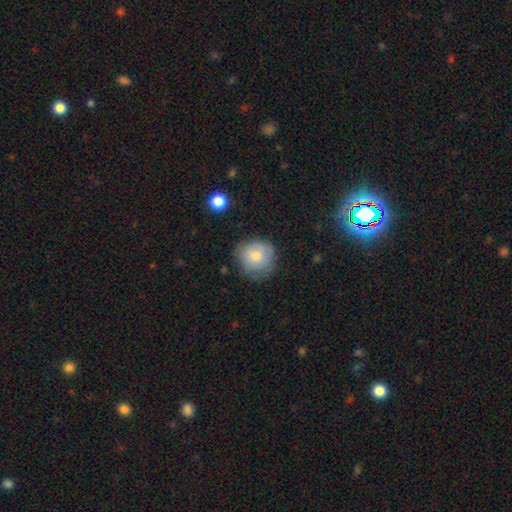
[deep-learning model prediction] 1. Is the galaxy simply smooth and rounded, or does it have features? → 75% smooth, 17% featured or disk, 9% star or artifact.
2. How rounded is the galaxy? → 86% round, 13% in between, 1% cigar-shaped.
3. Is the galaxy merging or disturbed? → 67% none, 25% minor disturbance, 6% major disturbance, 2% merger.